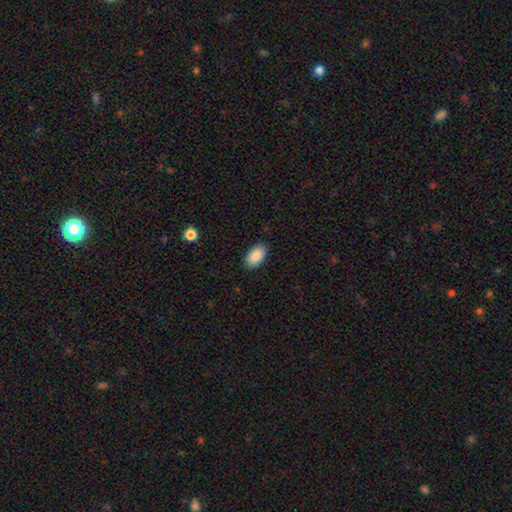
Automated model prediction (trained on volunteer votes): A smooth galaxy with no disk features (88%) that is in between round and cigar-shaped (94%).

Vote fractions:
- Smooth or featured? smooth: 88% / star or artifact: 7% / featured or disk: 6%
- How rounded? in between: 94% / round: 4% / cigar-shaped: 1%
- Merging? none: 88% / minor disturbance: 9% / major disturbance: 2% / merger: 1%